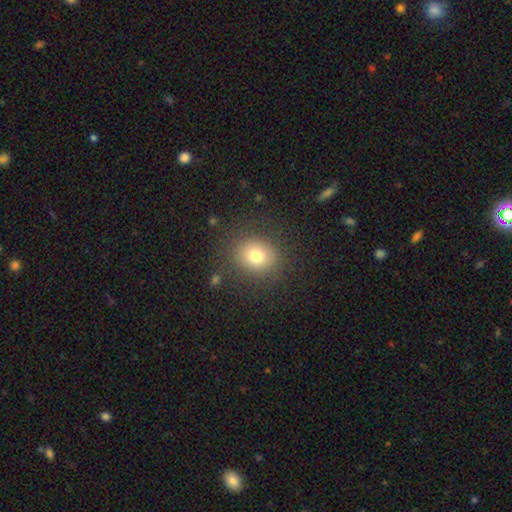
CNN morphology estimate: Smooth or featured? Predicted: smooth (p=0.76). How rounded? Predicted: round (p=0.75). Merging? Predicted: none (p=0.85).